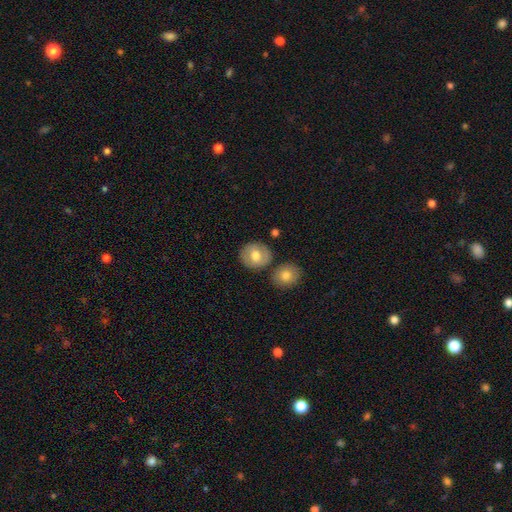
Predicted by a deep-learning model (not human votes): smooth 65%, featured or disk 28%, star or artifact 7%. Down the decision tree: how rounded — round (81%); merging — none (77%).